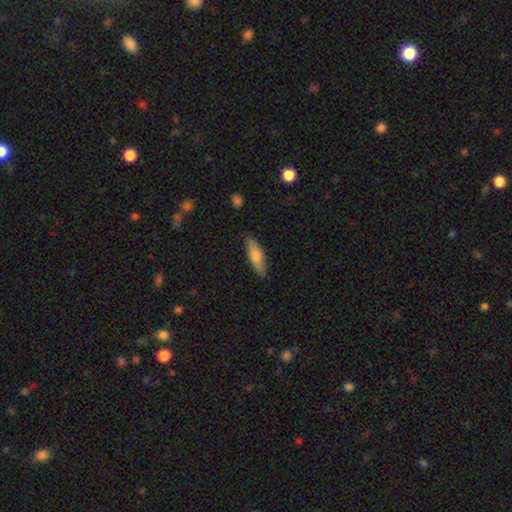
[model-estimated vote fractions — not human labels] Q: Smooth or featured?
A: smooth (77%); runner-up: featured or disk (17%)
Q: How rounded?
A: in between (57%); runner-up: cigar-shaped (42%)
Q: Merging?
A: none (81%); runner-up: minor disturbance (15%)